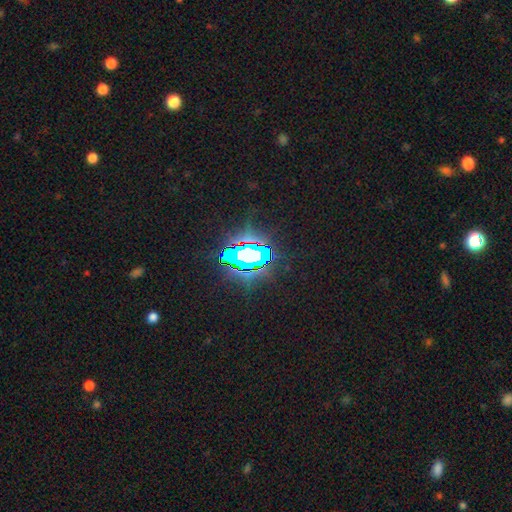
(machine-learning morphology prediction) smooth_or_featured: star or artifact (p=0.74) [alt: smooth p=0.15]